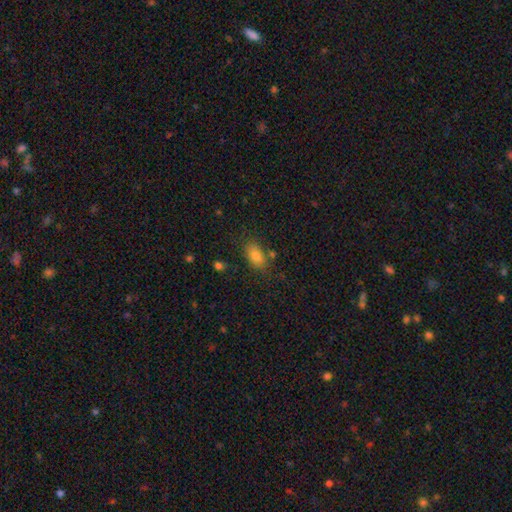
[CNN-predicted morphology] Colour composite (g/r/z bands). It shows a smooth galaxy with no disk features (81%) that is in between round and cigar-shaped (86%). Merging: none (75%).